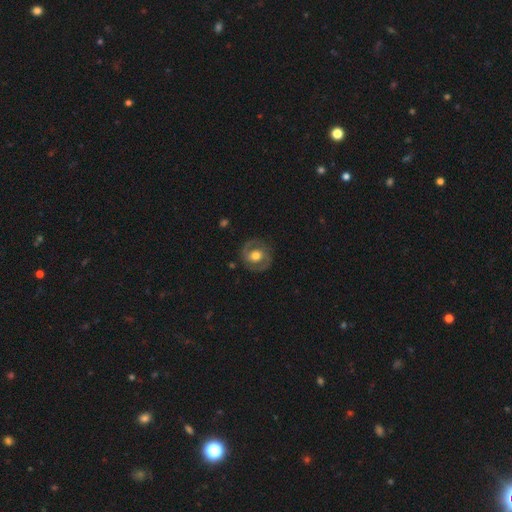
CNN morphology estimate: This appears to be a featured or disk galaxy (70%) with no bar (56%), 2 (86%) medium (48%) spiral arms (76%) and a moderate central bulge (66%). Merging: none (83%).